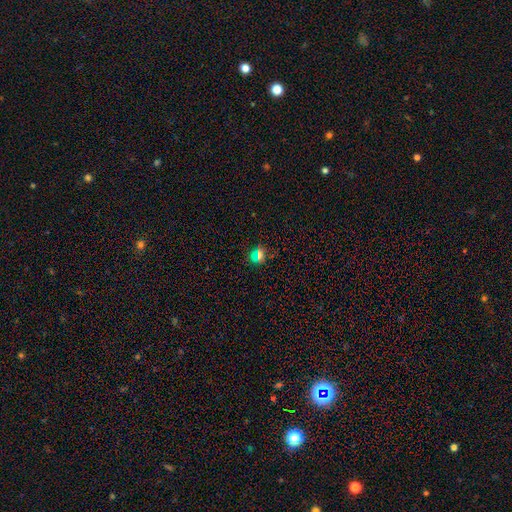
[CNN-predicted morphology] Smooth or featured: smooth — 62% (star or artifact — 29%)
How rounded: round — 75% (in between — 23%)
Merging: none — 82% (minor disturbance — 11%)